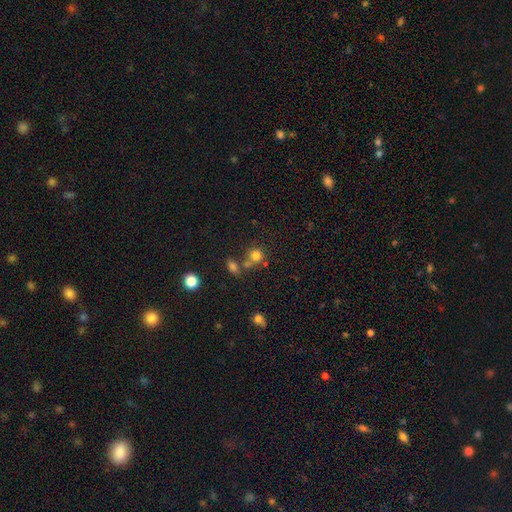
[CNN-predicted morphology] Q: Smooth or featured?
A: smooth (76%); runner-up: star or artifact (15%)
Q: How rounded?
A: round (83%); runner-up: in between (16%)
Q: Merging?
A: none (51%); runner-up: merger (33%)